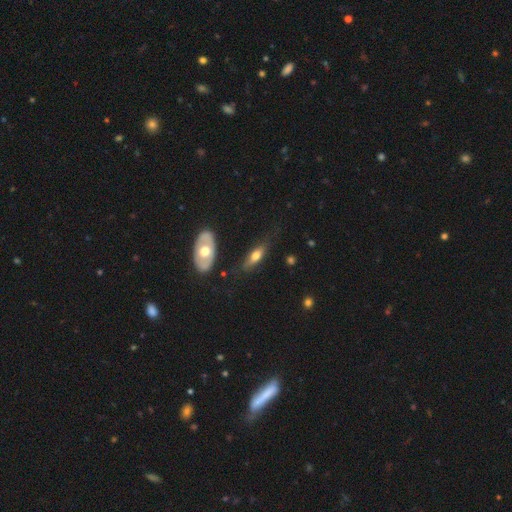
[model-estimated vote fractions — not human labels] smooth 49%, featured or disk 44%, star or artifact 6%. Down the decision tree: merging — none (71%).